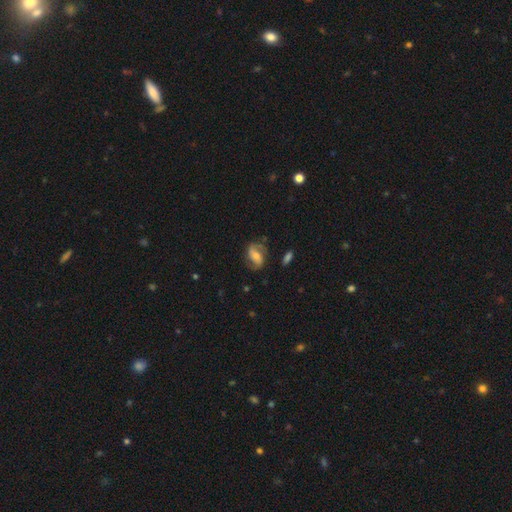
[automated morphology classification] A featured or disk galaxy (65%) with a weak bar (36%, tied with no), 2 (86%) loose (41%) spiral arms (87%) and a moderate central bulge (56%). Merging: none (70%).